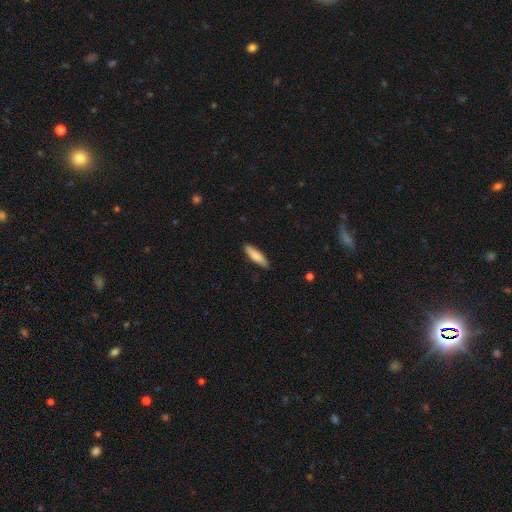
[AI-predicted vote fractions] A smooth galaxy with no disk features (81%) that is cigar-shaped (66%). Merging: none (85%).